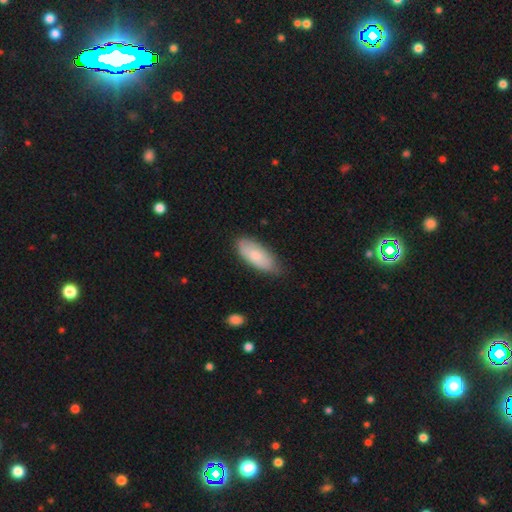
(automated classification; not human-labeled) Smooth or featured?
  - smooth: 76% *
  - featured or disk: 18%
  - star or artifact: 6%
How rounded?
  - in between: 84% *
  - cigar-shaped: 14%
  - round: 2%
Merging?
  - none: 72% *
  - minor disturbance: 23%
  - major disturbance: 3%
  - merger: 1%